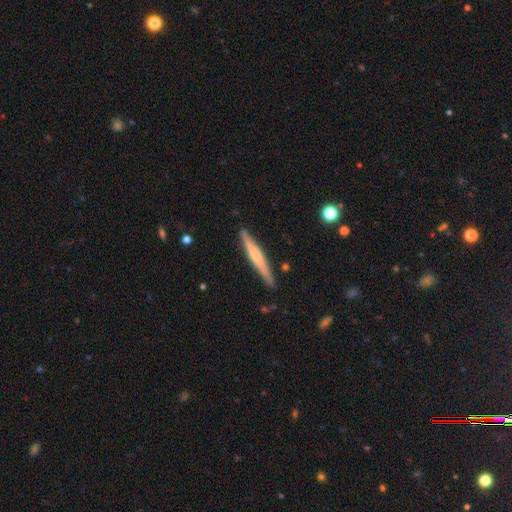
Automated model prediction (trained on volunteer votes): A featured or disk galaxy (49%). Merging: none (88%).